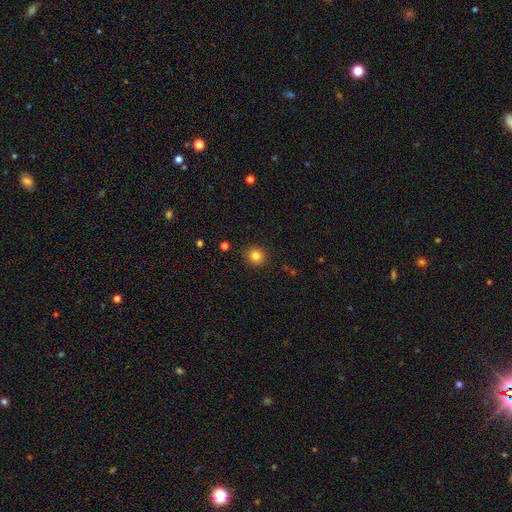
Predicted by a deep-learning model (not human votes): A smooth galaxy with no disk features (83%) that is round (90%). Merging: none (91%).